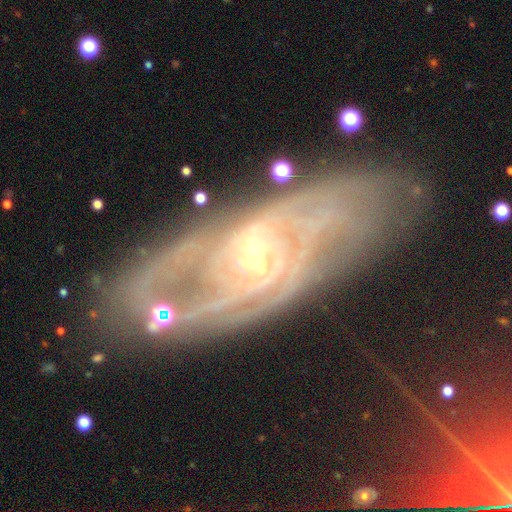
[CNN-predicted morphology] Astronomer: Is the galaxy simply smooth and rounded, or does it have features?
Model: featured or disk — 82%.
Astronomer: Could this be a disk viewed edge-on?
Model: no — 88%.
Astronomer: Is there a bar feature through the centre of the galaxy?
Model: no — 43% (runner-up: weak, 38%).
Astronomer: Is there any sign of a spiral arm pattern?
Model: yes — 92%.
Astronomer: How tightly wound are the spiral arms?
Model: tight — 50% (runner-up: medium, 36%).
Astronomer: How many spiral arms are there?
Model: can't tell — 37% (runner-up: 2, 33%).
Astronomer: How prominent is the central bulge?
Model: small — 74%.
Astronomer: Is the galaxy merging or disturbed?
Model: none — 73%.